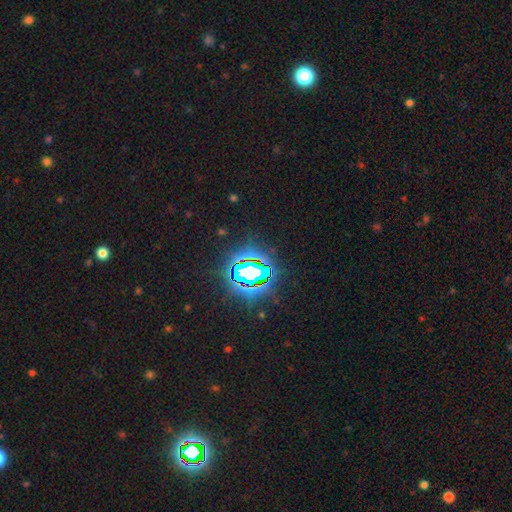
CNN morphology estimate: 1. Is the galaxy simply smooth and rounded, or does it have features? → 84% star or artifact, 10% smooth, 6% featured or disk.